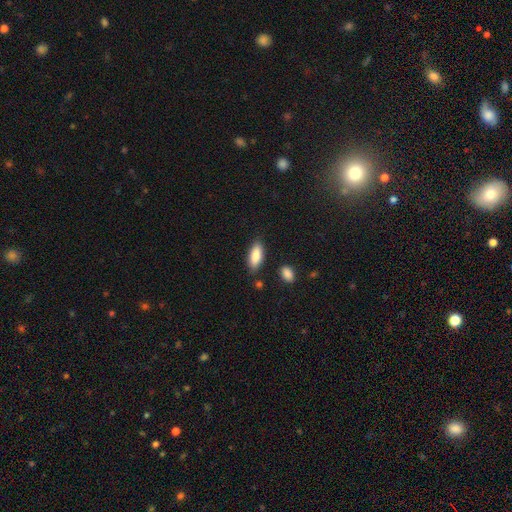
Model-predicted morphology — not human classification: A smooth galaxy with no disk features (85%) that is in between round and cigar-shaped (78%).

Vote fractions:
- Smooth or featured? smooth: 85% / featured or disk: 8% / star or artifact: 6%
- How rounded? in between: 78% / cigar-shaped: 19% / round: 2%
- Merging? none: 82% / minor disturbance: 12% / merger: 3% / major disturbance: 3%